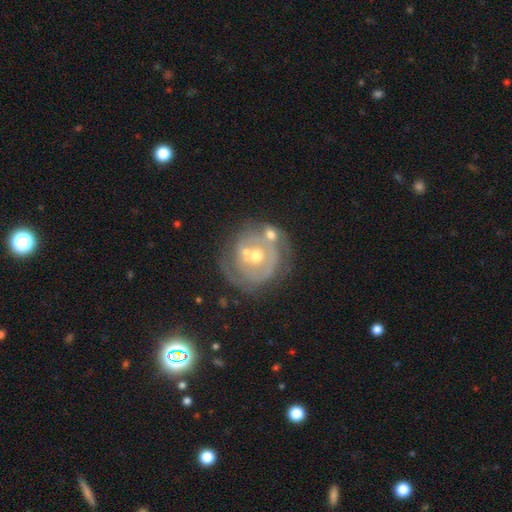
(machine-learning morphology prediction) A featured or disk galaxy (76%) with no bar (77%), spiral arms (66%) and a moderate central bulge (58%). Merging: none (54%).